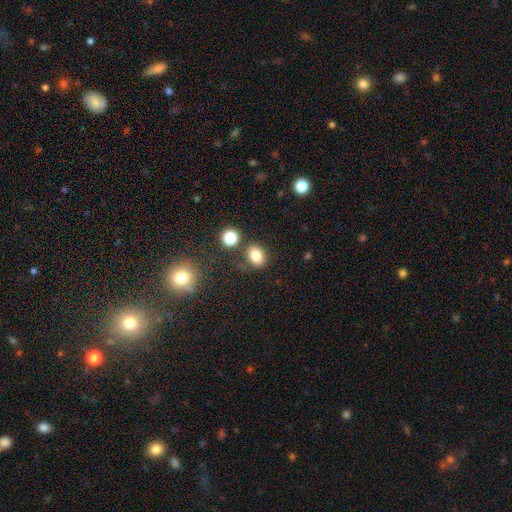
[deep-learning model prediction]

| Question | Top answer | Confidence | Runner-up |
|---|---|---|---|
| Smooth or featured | smooth | 80% | star or artifact (12%) |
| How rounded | in between | 63% | round (36%) |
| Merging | none | 74% | minor disturbance (13%) |